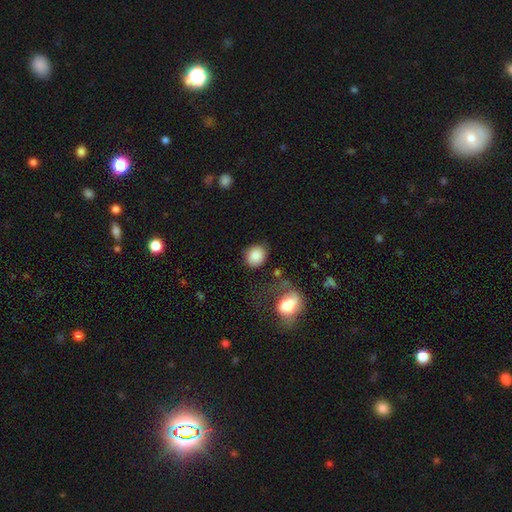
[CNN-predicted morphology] Smooth or featured: smooth — 85% (star or artifact — 8%)
How rounded: round — 68% (in between — 31%)
Merging: none — 72% (minor disturbance — 14%)